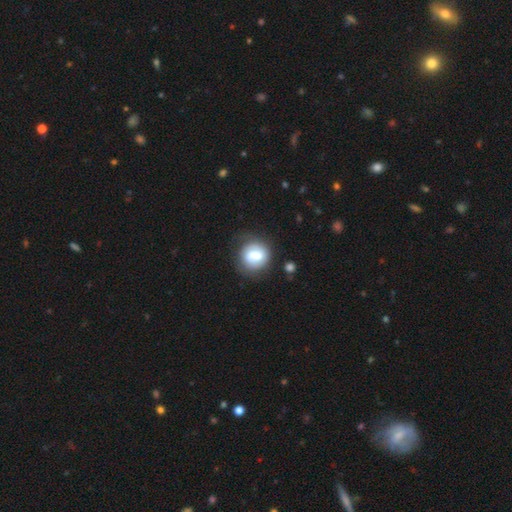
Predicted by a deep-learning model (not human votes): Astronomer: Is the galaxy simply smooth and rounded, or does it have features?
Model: smooth — 58% (runner-up: featured or disk, 34%).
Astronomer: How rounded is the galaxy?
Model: round — 81%.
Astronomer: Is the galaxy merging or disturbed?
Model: none — 71%.